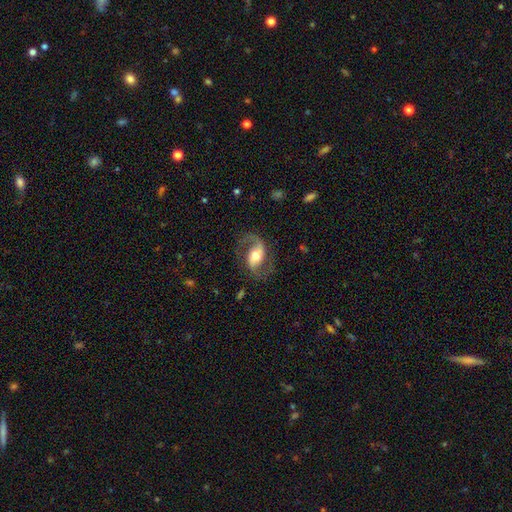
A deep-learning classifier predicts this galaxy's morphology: type=featured or disk (81%); edge-on=no (96%); bar=weak (40%); spiral arms=yes (94%); winding=loose (48%); arm count=2 (85%); bulge=moderate (60%); merging=none (71%).